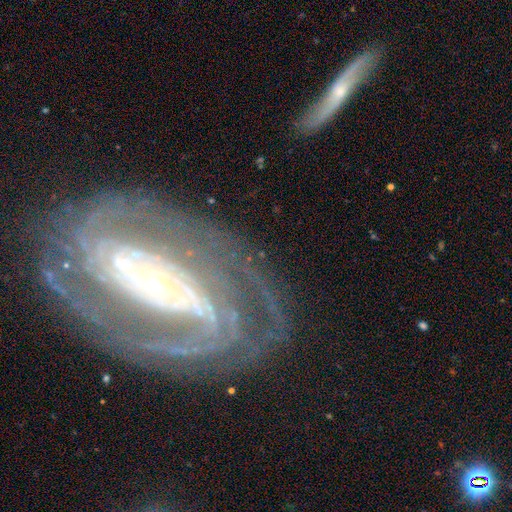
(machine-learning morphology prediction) featured or disk 89%, star or artifact 5%, smooth 5%. Down the decision tree: edge-on disk — no (95%); bar — no (45%); spiral arms — yes (96%); spiral arm count — 2 (36%); spiral winding — tight (64%); bulge size — small (72%); merging — none (71%).